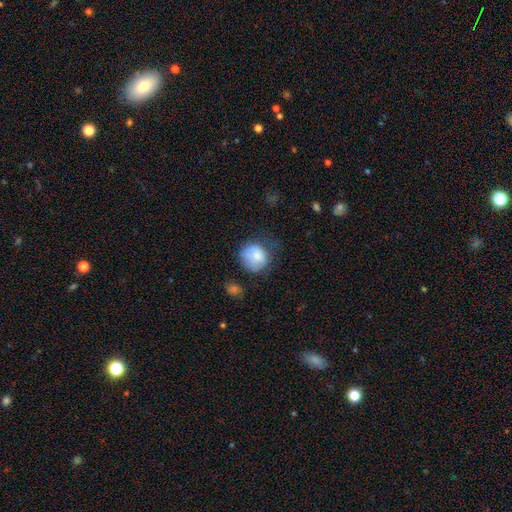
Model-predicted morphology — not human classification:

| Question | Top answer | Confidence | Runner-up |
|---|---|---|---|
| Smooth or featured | smooth | 81% | featured or disk (11%) |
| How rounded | round | 79% | in between (20%) |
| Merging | none | 48% | minor disturbance (32%) |